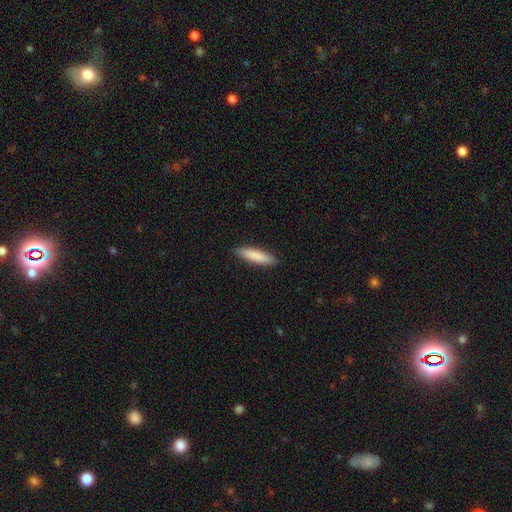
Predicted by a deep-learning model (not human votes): smooth_or_featured: smooth (p=0.85) [alt: featured or disk p=0.10]
how_rounded: cigar-shaped (p=0.77) [alt: in between p=0.22]
merging: none (p=0.89) [alt: minor disturbance p=0.08]